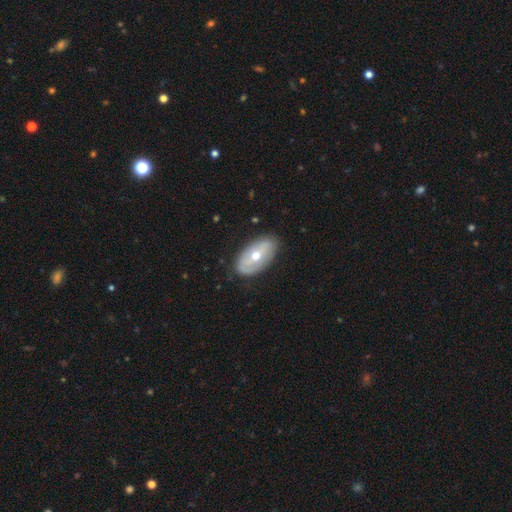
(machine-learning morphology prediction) featured or disk 53%, smooth 41%, star or artifact 6%. Down the decision tree: edge-on disk — no (87%); merging — none (81%).